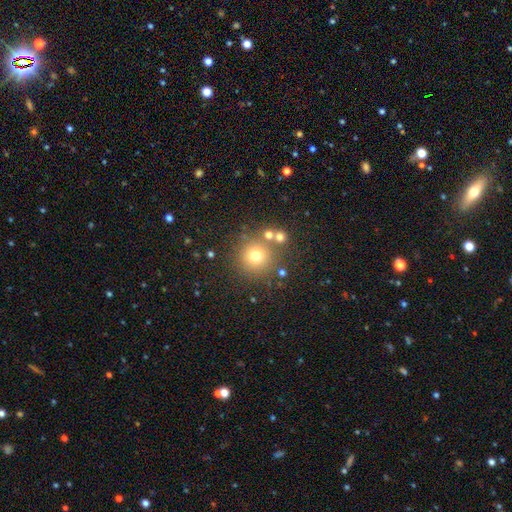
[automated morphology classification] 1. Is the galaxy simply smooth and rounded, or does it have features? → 72% smooth, 17% star or artifact, 11% featured or disk.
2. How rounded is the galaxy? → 94% round, 5% in between, 1% cigar-shaped.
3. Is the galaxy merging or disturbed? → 76% none, 11% merger, 9% minor disturbance, 4% major disturbance.